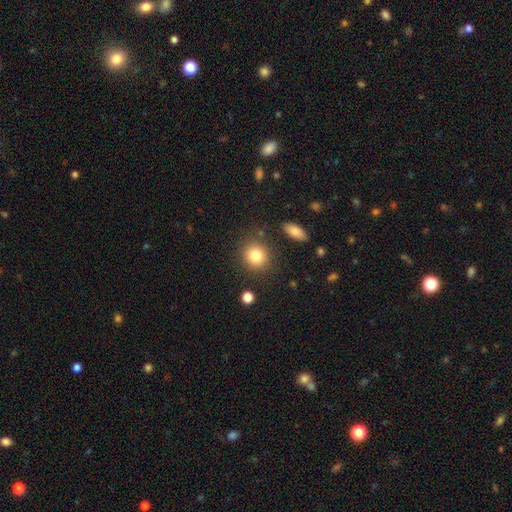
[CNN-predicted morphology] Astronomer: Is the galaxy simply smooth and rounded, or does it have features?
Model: smooth — 83%.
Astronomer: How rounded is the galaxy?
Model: round — 85%.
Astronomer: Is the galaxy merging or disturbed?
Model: none — 84%.